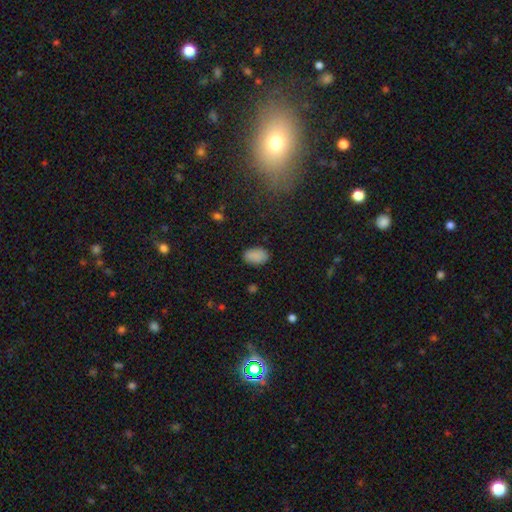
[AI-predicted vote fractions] This appears to be a smooth galaxy with no disk features (87%) that is in between round and cigar-shaped (91%). Merging: none (85%).